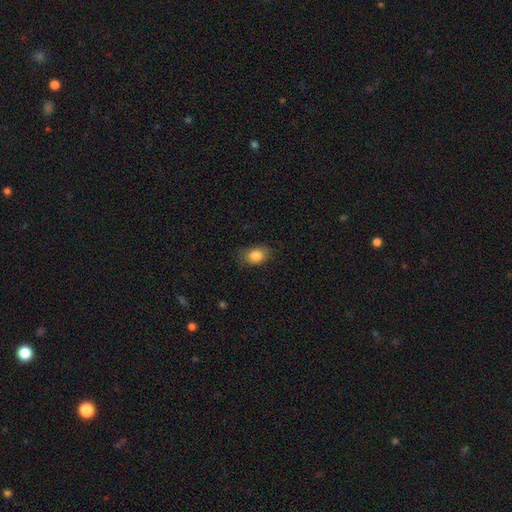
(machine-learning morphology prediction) smooth 84%, star or artifact 9%, featured or disk 7%. Down the decision tree: how rounded — in between (70%); merging — none (77%).